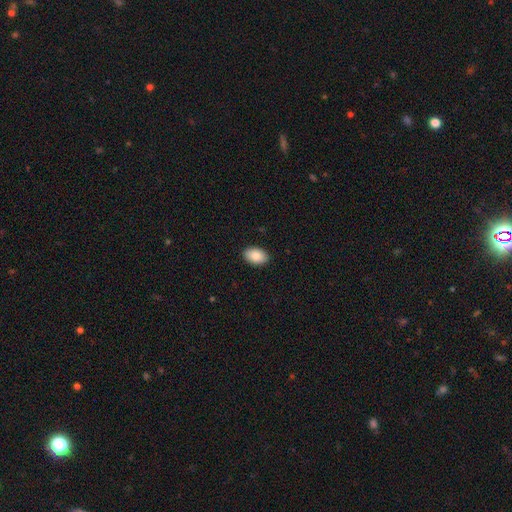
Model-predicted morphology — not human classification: Smooth or featured: smooth — 84% (featured or disk — 9%)
How rounded: in between — 90% (round — 9%)
Merging: none — 90% (minor disturbance — 7%)